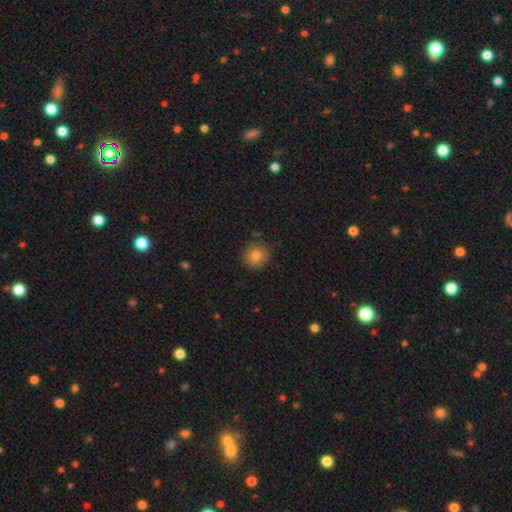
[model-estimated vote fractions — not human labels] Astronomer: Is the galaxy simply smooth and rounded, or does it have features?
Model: smooth — 82%.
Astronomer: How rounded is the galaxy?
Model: round — 87%.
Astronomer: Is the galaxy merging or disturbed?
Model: none — 82%.